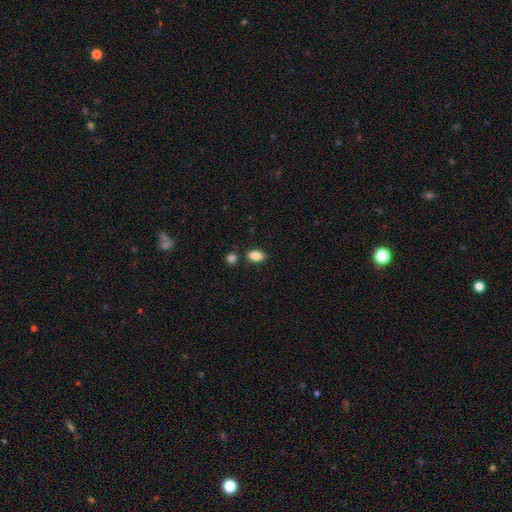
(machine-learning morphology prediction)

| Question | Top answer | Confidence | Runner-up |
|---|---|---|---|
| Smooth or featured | smooth | 86% | star or artifact (8%) |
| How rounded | in between | 88% | round (10%) |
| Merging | none | 80% | minor disturbance (10%) |